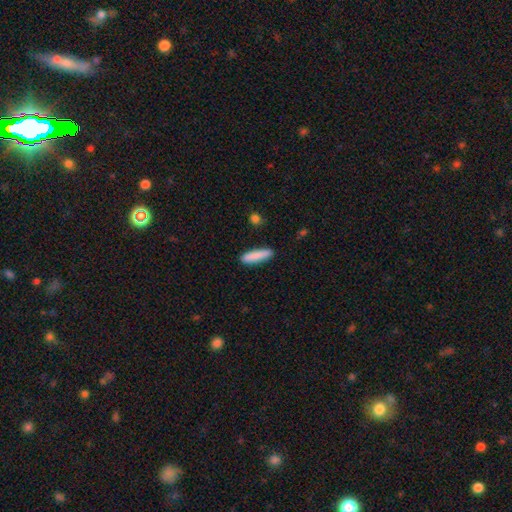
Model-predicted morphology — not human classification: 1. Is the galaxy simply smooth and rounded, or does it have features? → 87% smooth, 7% featured or disk, 6% star or artifact.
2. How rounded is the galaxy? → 79% cigar-shaped, 19% in between, 2% round.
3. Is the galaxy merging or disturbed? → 89% none, 8% minor disturbance, 2% major disturbance, 1% merger.